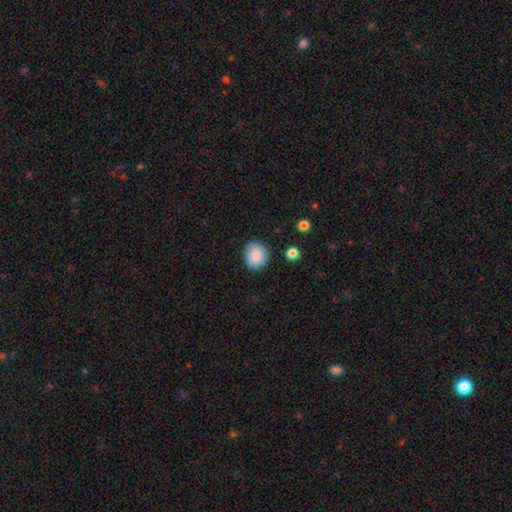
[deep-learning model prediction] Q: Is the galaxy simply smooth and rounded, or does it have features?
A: smooth — 86%.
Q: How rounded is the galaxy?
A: round — 70%.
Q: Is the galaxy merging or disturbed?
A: none — 81%.